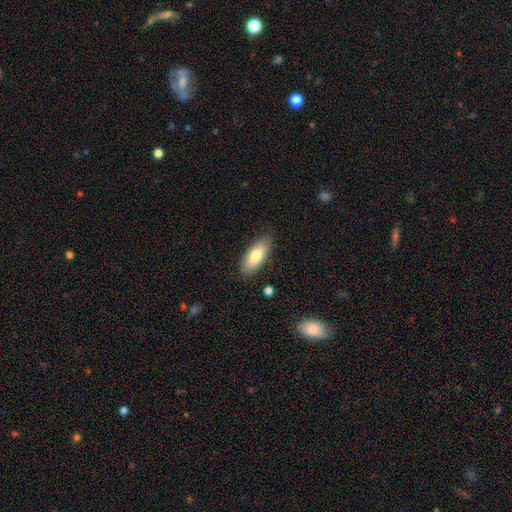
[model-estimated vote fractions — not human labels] This appears to be a smooth galaxy with no disk features (77%) that is in between round and cigar-shaped (78%). Merging: none (86%).